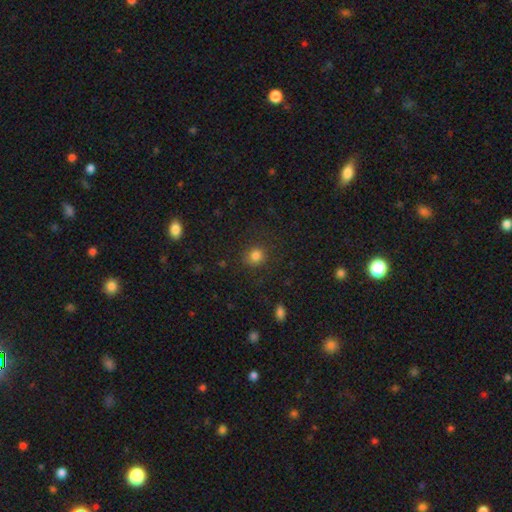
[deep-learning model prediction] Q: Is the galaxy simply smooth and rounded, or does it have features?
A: smooth — 82%.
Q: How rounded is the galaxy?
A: round — 83%.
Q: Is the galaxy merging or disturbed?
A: none — 84%.